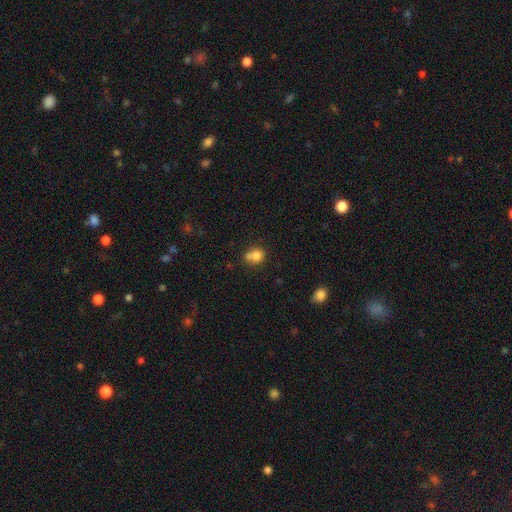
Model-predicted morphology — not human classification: smooth-or-featured: smooth: 78% | featured or disk: 11% | star or artifact: 11%
  how-rounded: round: 68% | in between: 31% | cigar-shaped: 1%
  merging: merger: 41% | none: 40% | minor disturbance: 14% | major disturbance: 6%